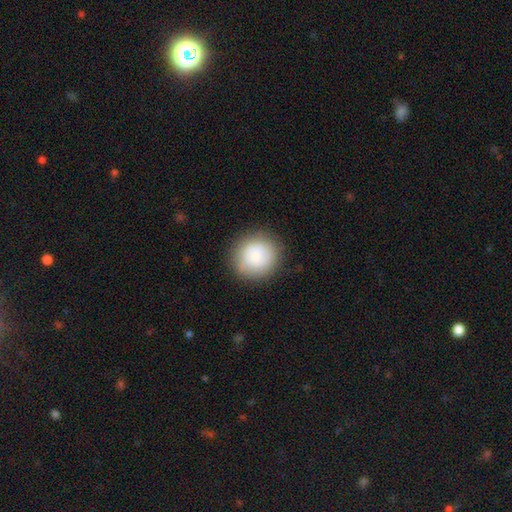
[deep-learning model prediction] smooth-or-featured: smooth: 82% | featured or disk: 10% | star or artifact: 8%
  how-rounded: round: 91% | in between: 8% | cigar-shaped: 1%
  merging: none: 83% | minor disturbance: 11% | major disturbance: 4% | merger: 1%